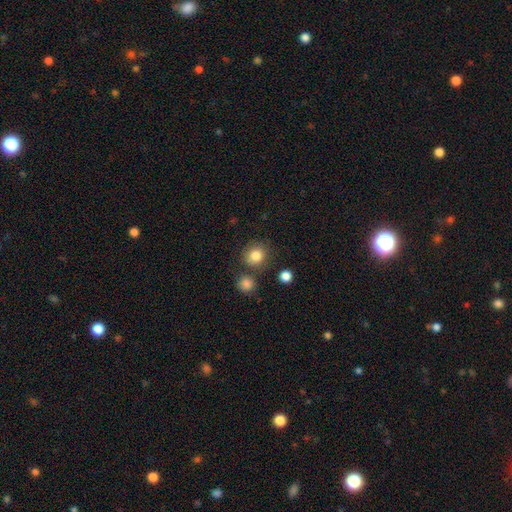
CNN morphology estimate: The model was most divided on "merging": none: 77%, minor disturbance: 10%, merger: 10%, major disturbance: 3%. More confident: how rounded — round (87%); smooth or featured — smooth (83%).